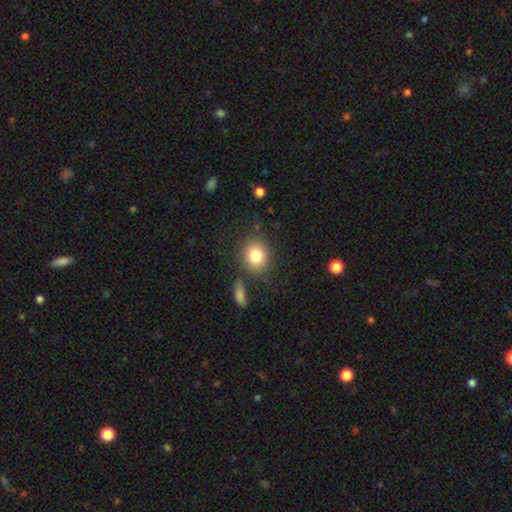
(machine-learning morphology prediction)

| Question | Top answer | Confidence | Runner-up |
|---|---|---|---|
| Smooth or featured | smooth | 82% | star or artifact (9%) |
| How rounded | round | 74% | in between (25%) |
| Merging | none | 77% | minor disturbance (12%) |